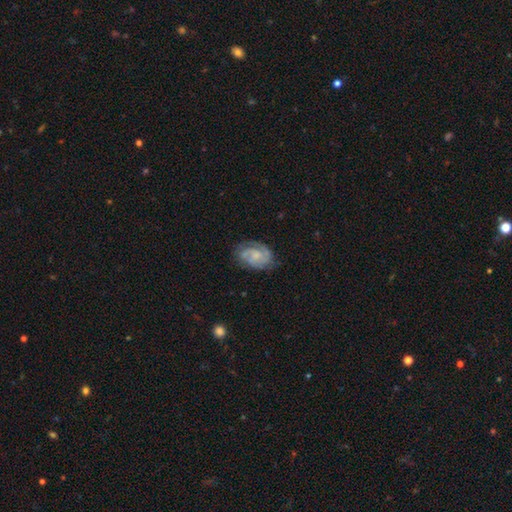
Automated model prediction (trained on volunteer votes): Smooth or featured? Predicted: featured or disk (p=0.77). Edge-on disk? Predicted: no (p=0.97). Bar? Predicted: no (p=0.63). Spiral arms? Predicted: yes (p=0.95). Spiral winding? Predicted: tight (p=0.51). Spiral arm count? Predicted: 2 (p=0.58). Bulge size? Predicted: small (p=0.47). Merging? Predicted: none (p=0.73).